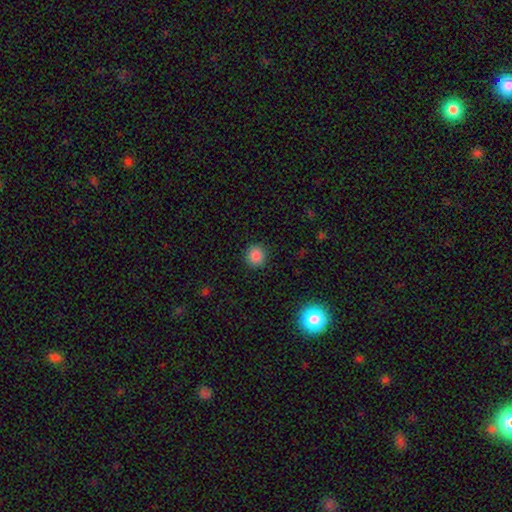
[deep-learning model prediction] Morphology: type=smooth (86%); roundness=round (90%); merging=none (90%).